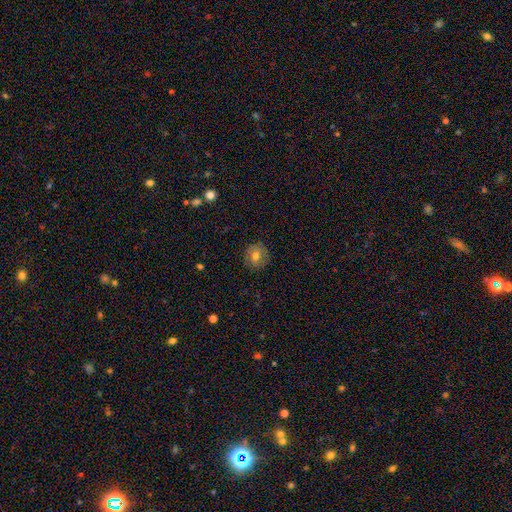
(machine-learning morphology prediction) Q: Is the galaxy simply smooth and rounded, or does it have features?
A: smooth — 67%.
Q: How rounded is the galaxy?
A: round — 86%.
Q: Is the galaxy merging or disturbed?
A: none — 84%.